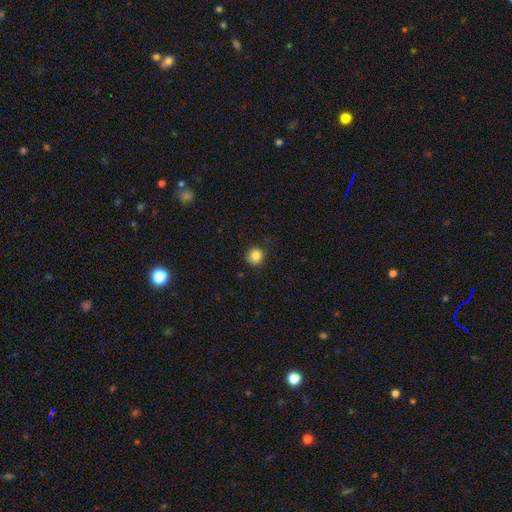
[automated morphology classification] Smooth or featured?
  - smooth: 85% *
  - star or artifact: 11%
  - featured or disk: 5%
How rounded?
  - round: 93% *
  - in between: 6%
  - cigar-shaped: 1%
Merging?
  - none: 88% *
  - minor disturbance: 9%
  - major disturbance: 2%
  - merger: 1%